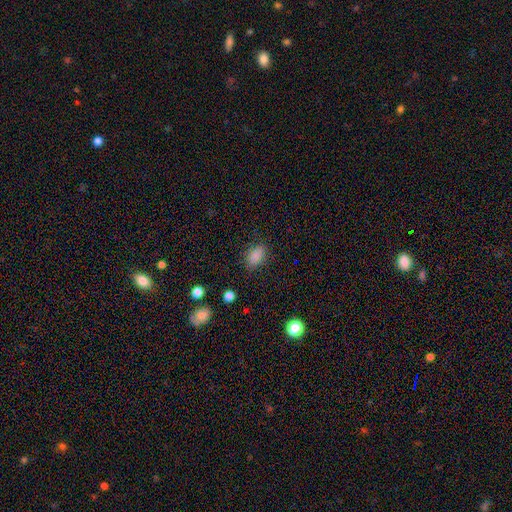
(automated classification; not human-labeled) A smooth galaxy with no disk features (85%) that is in between round and cigar-shaped (87%). Merging: none (82%).